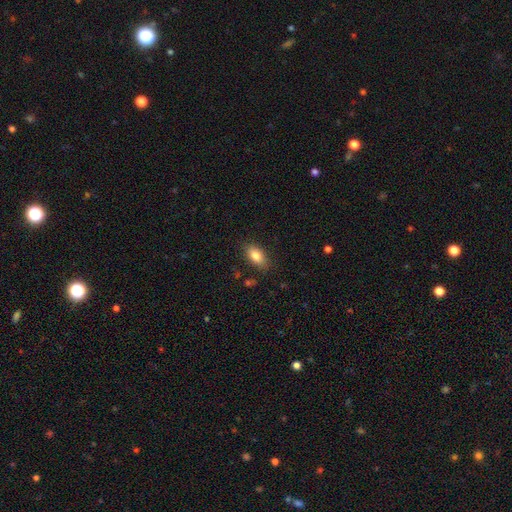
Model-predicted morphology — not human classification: smooth_or_featured: smooth (p=0.83) [alt: featured or disk p=0.09]
how_rounded: in between (p=0.89) [alt: round p=0.05]
merging: none (p=0.83) [alt: minor disturbance p=0.12]